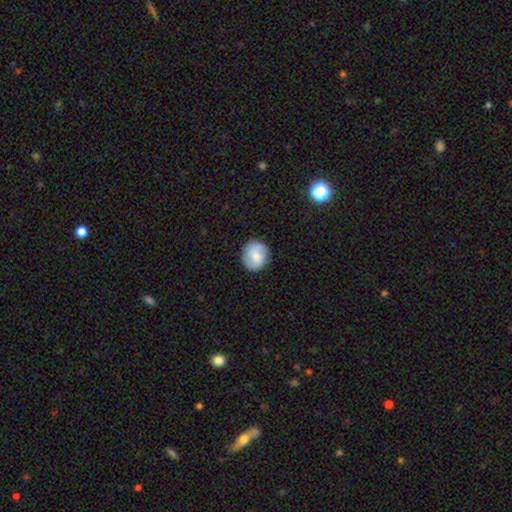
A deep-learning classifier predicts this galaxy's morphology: type=smooth (60%); roundness=round (84%); merging=none (86%).